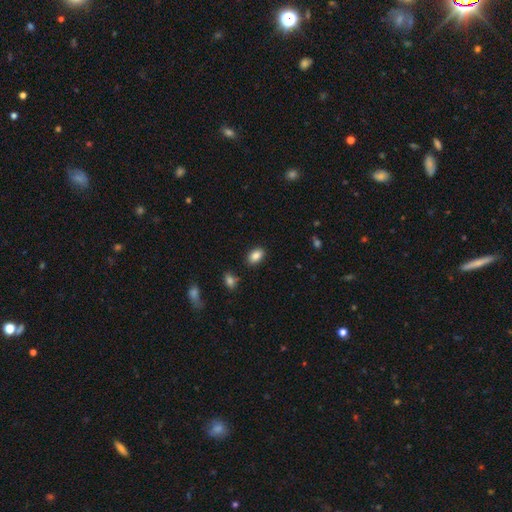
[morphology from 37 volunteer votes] Smooth or featured? smooth (86%)
How rounded? in between (91%)
Merging? none (94%)